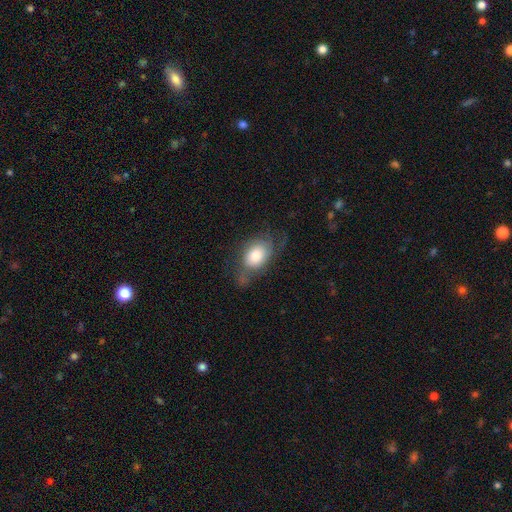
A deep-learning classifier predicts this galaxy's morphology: Q: Smooth or featured?
A: smooth (65%); runner-up: featured or disk (28%)
Q: How rounded?
A: in between (73%); runner-up: round (25%)
Q: Merging?
A: none (45%); runner-up: minor disturbance (28%)